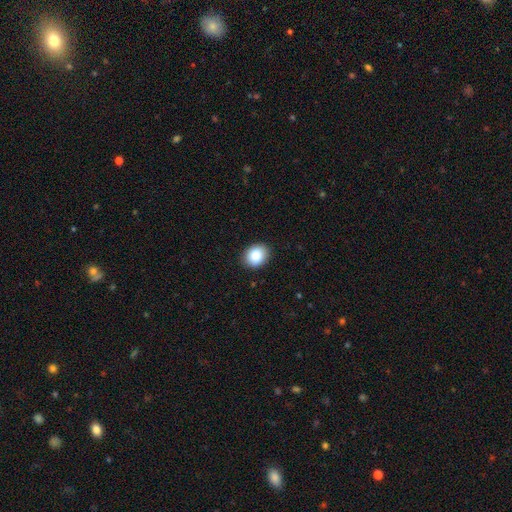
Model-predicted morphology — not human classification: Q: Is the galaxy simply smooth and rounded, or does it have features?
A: smooth — 86%.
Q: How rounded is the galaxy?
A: round — 58%.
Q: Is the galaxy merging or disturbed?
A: none — 90%.